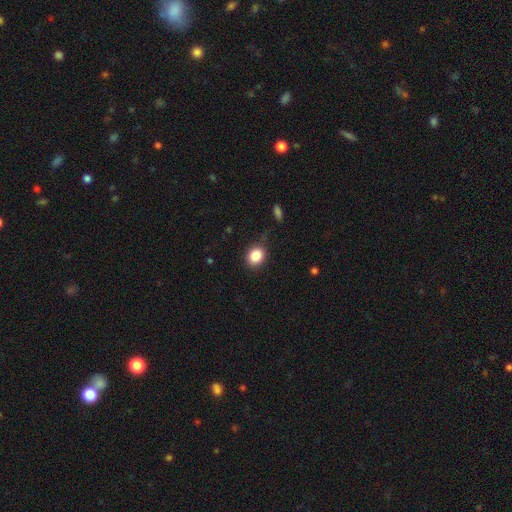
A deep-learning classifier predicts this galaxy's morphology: Smooth or featured? Predicted: smooth (p=0.85). How rounded? Predicted: round (p=0.60). Merging? Predicted: none (p=0.80).